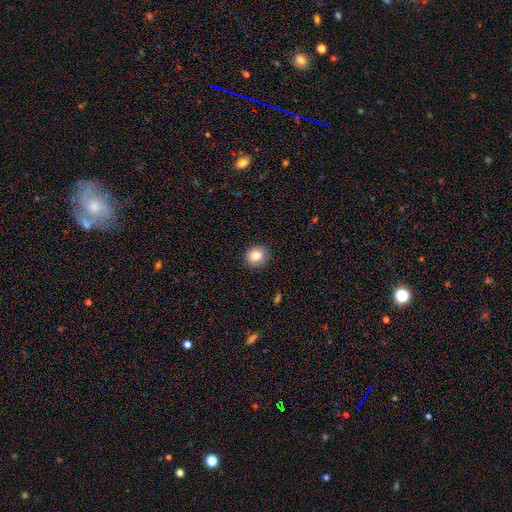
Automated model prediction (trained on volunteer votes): Smooth or featured?
  - smooth: 83% *
  - star or artifact: 10%
  - featured or disk: 7%
How rounded?
  - round: 79% *
  - in between: 21%
  - cigar-shaped: 1%
Merging?
  - none: 86% *
  - minor disturbance: 10%
  - major disturbance: 2%
  - merger: 1%